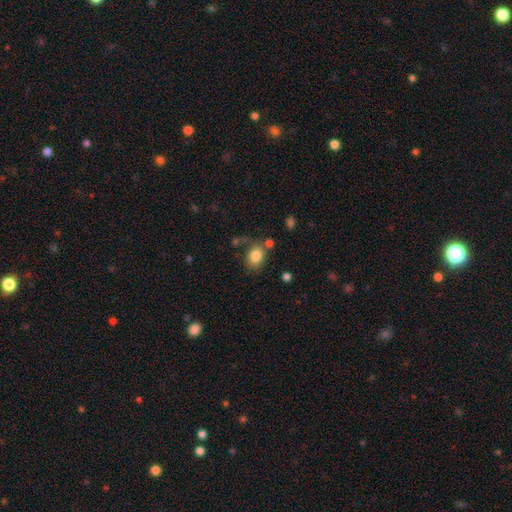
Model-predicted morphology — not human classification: Q: Smooth or featured?
A: smooth (83%); runner-up: star or artifact (9%)
Q: How rounded?
A: in between (54%); runner-up: round (45%)
Q: Merging?
A: none (66%); runner-up: minor disturbance (17%)